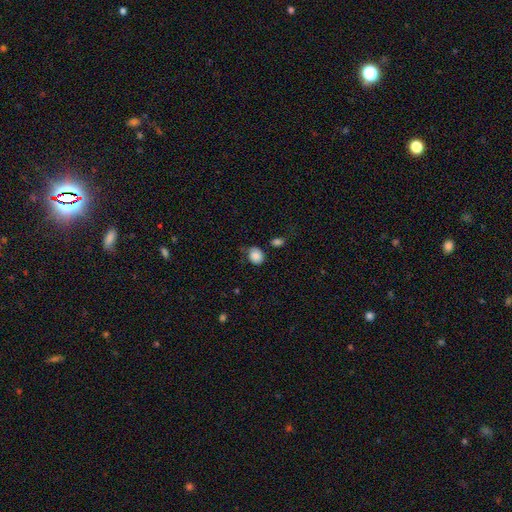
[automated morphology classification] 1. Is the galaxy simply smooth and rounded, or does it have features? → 86% smooth, 9% star or artifact, 5% featured or disk.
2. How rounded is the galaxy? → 67% round, 32% in between, 1% cigar-shaped.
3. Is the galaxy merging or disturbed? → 63% none, 23% minor disturbance, 8% major disturbance, 7% merger.